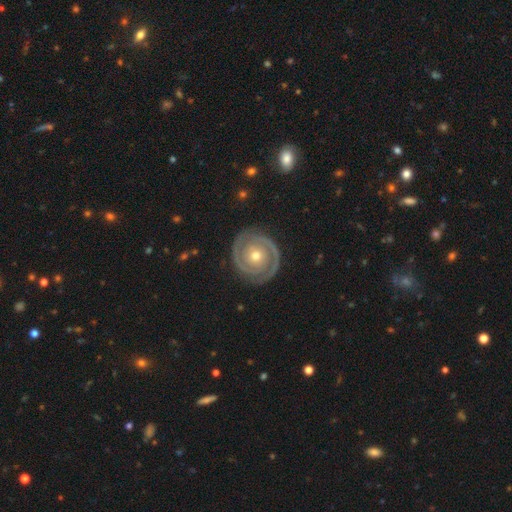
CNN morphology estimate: This appears to be a featured or disk galaxy (91%) with no bar (77%), 2 (90%) tight (80%) spiral arms (97%) and a moderate central bulge (59%). Merging: none (88%).